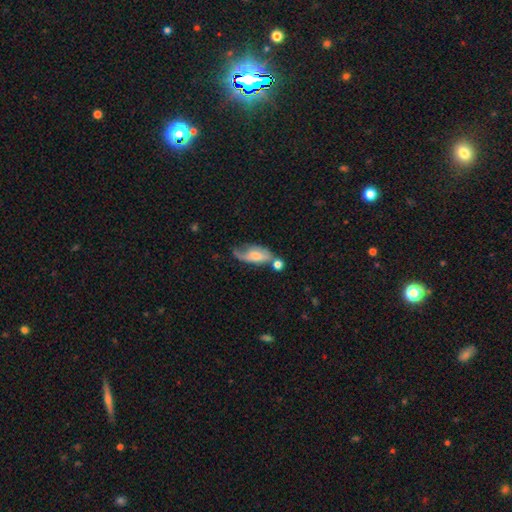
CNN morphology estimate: The model was most divided on "smooth or featured": featured or disk: 52%, smooth: 40%, star or artifact: 8%. Remaining: edge-on disk — no (83%); merging — none (38%).